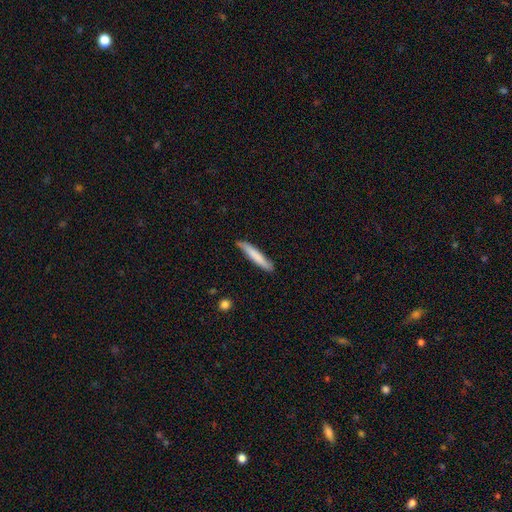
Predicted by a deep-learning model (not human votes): Smooth or featured? Predicted: smooth (p=0.74). How rounded? Predicted: cigar-shaped (p=0.93). Merging? Predicted: none (p=0.81).